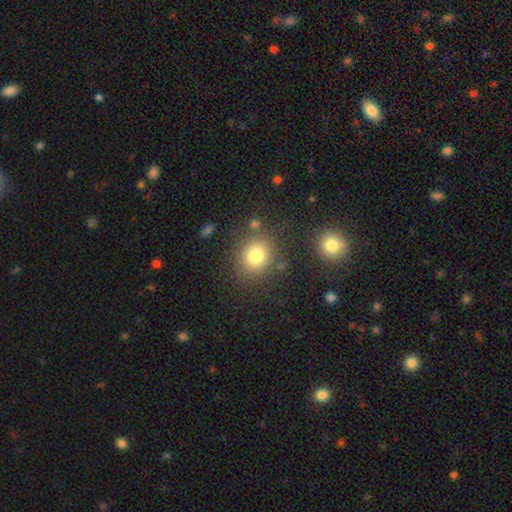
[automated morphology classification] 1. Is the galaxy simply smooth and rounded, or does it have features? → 79% smooth, 12% star or artifact, 9% featured or disk.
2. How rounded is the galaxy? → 74% round, 25% in between, 1% cigar-shaped.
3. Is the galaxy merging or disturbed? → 79% none, 11% minor disturbance, 5% merger, 5% major disturbance.